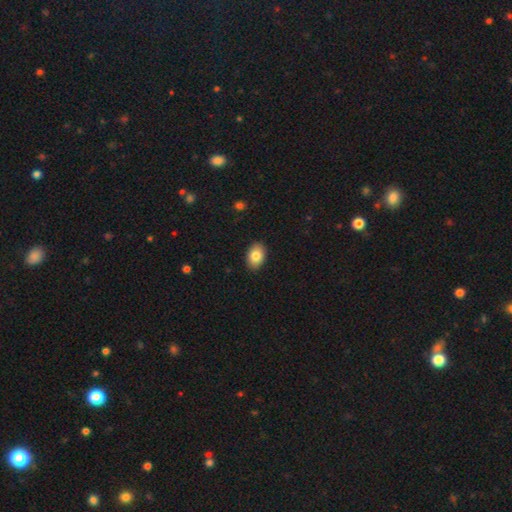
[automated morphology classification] A smooth galaxy with no disk features (83%) that is in between round and cigar-shaped (83%). Merging: none (89%).